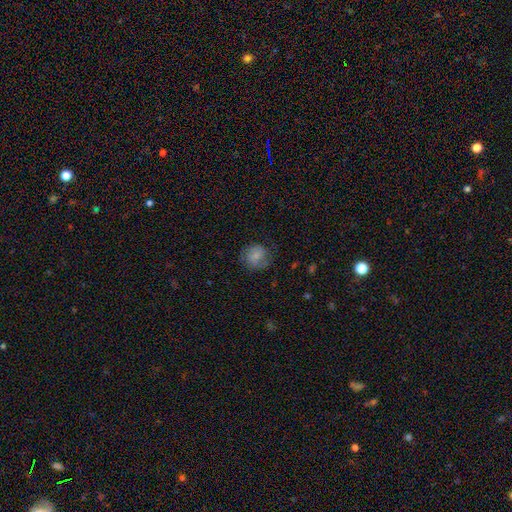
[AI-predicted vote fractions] Morphology: type=smooth (73%); roundness=round (80%); merging=none (68%).